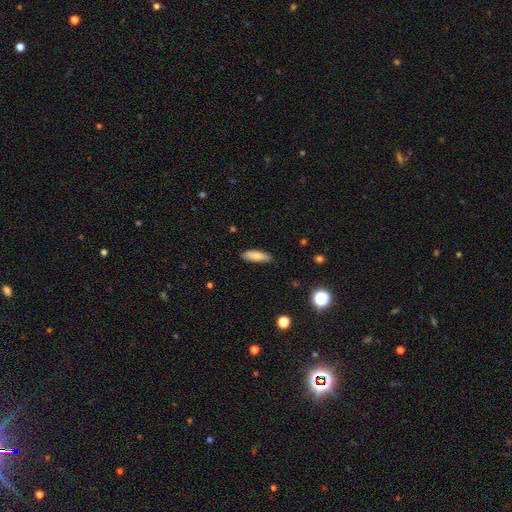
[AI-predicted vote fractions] This is clearly a smooth galaxy (81%). How rounded: possibly in between (51%). Merging: clearly none (84%).